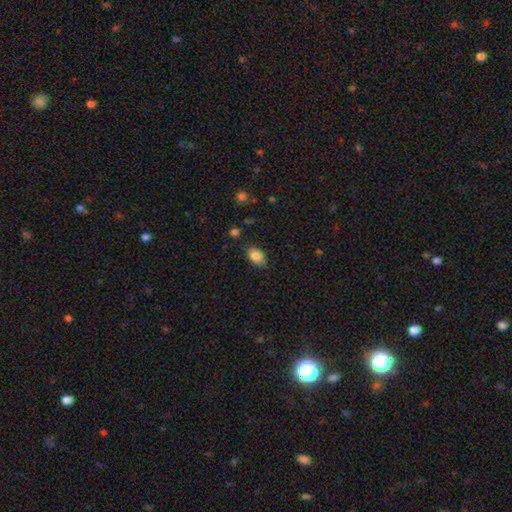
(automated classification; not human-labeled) A smooth galaxy with no disk features (85%) that is in between round and cigar-shaped (88%).

Vote fractions:
- Smooth or featured? smooth: 85% / star or artifact: 8% / featured or disk: 7%
- How rounded? in between: 88% / round: 11% / cigar-shaped: 2%
- Merging? none: 82% / minor disturbance: 13% / major disturbance: 3% / merger: 2%